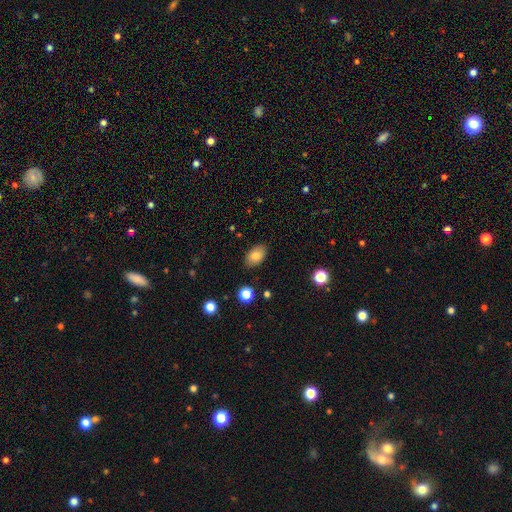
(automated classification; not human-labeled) A smooth galaxy with no disk features (80%) that is in between round and cigar-shaped (88%). Merging: none (86%).